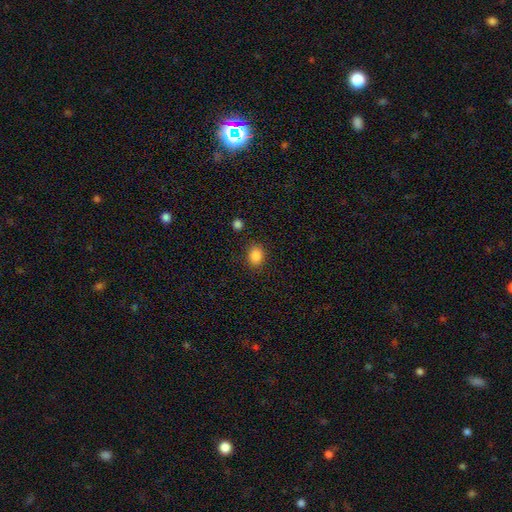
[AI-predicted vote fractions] Morphology: type=smooth (86%); roundness=round (50%); merging=none (84%).